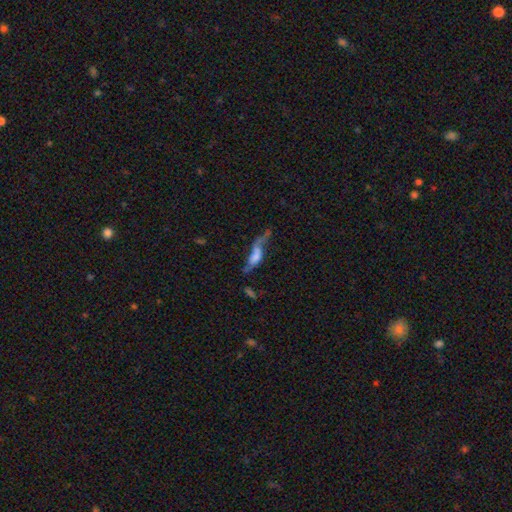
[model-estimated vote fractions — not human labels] Smooth or featured? smooth (46%)
Merging? major disturbance (40%)